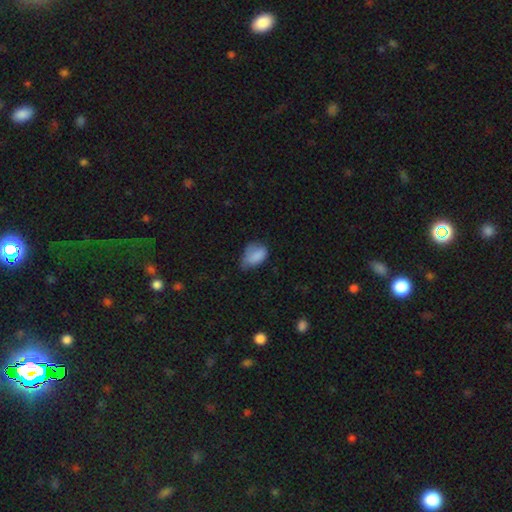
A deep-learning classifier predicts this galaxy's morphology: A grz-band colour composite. It shows a smooth galaxy with no disk features (82%) that is in between round and cigar-shaped (85%). Merging: minor disturbance (44%).